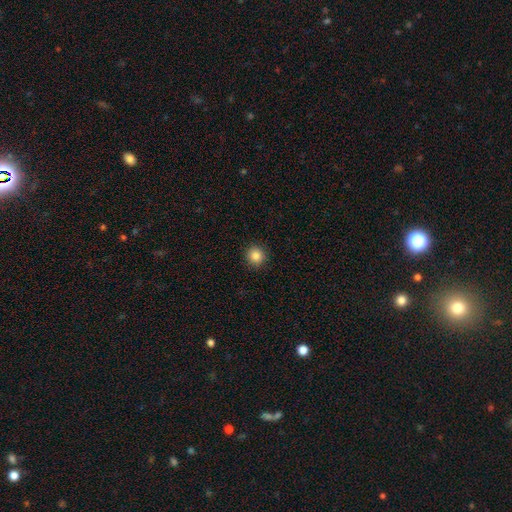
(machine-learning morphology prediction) A smooth galaxy with no disk features (86%) that is round (94%). Merging: none (91%).